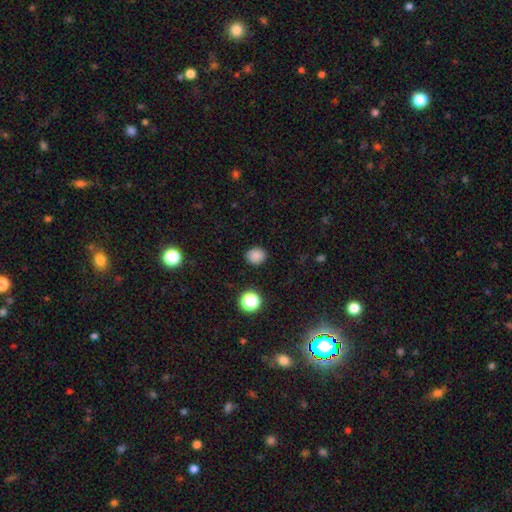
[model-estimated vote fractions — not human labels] This is clearly a smooth galaxy (84%). How rounded: likely round (75%). Merging: clearly none (88%).